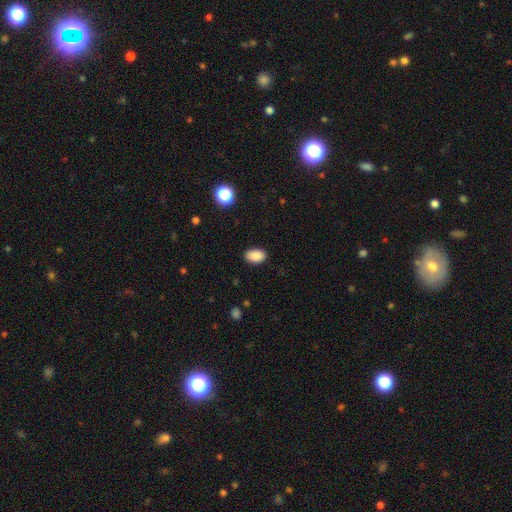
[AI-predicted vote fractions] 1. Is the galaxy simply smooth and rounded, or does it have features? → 89% smooth, 8% star or artifact, 3% featured or disk.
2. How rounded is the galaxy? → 90% in between, 9% round, 1% cigar-shaped.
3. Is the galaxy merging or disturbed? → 88% none, 9% minor disturbance, 2% major disturbance, 1% merger.